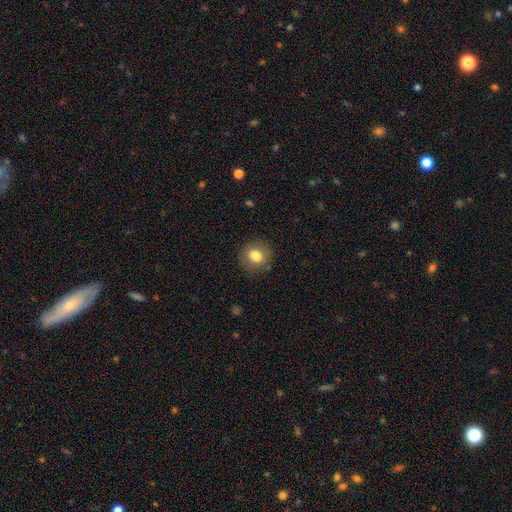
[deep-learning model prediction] Morphology: type=smooth (80%); roundness=round (76%); merging=none (84%).